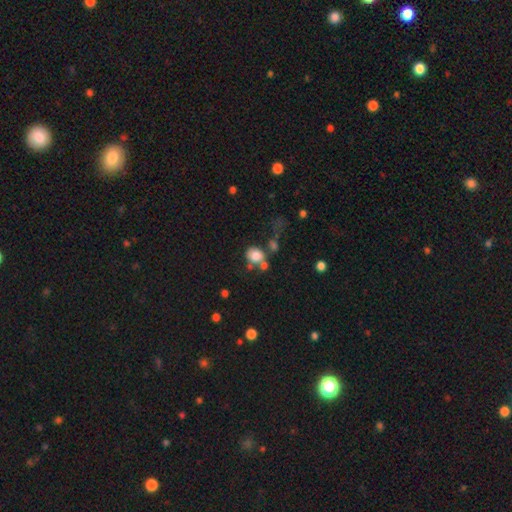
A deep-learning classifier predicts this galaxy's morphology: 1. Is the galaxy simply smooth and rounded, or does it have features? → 79% smooth, 11% featured or disk, 10% star or artifact.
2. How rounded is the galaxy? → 65% round, 34% in between, 1% cigar-shaped.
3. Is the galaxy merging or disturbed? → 45% none, 28% merger, 16% minor disturbance, 11% major disturbance.